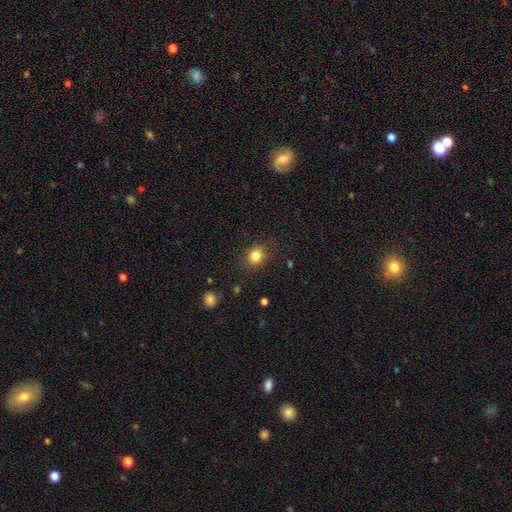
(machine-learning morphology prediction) Smooth or featured? smooth (83%)
How rounded? round (75%)
Merging? none (87%)